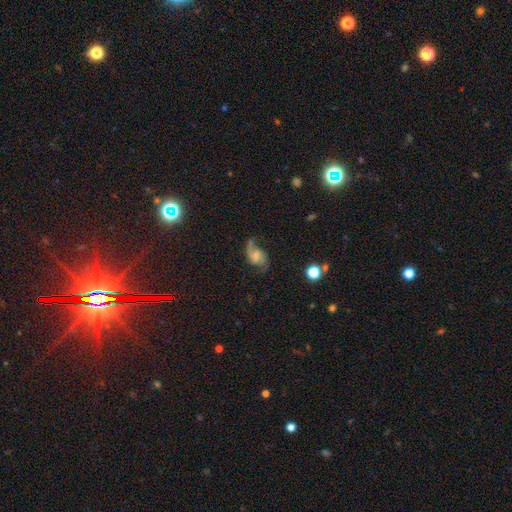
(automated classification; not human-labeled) This is likely a featured or disk galaxy (74%). It is clearly not viewed edge-on (97%). Bar: possibly weak (49%). Spiral arm pattern: clearly yes (94%). Spiral arm count: clearly 2 (87%). Spiral winding: possibly loose (48%). Central bulge: marginally none (33%). Merging: likely none (61%).